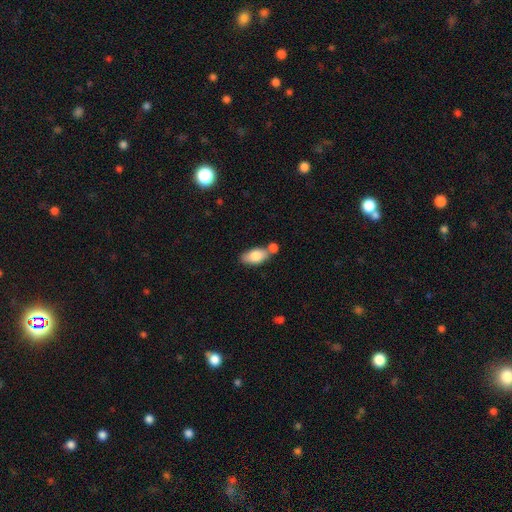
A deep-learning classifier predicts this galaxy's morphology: This is clearly a smooth galaxy (80%). How rounded: clearly in between (92%). Merging: possibly none (49%).